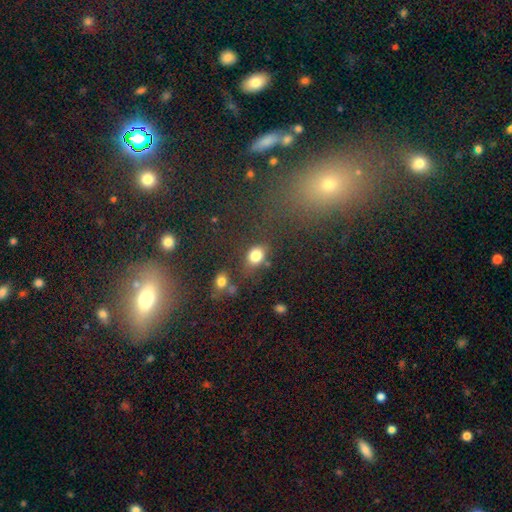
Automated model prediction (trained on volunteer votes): Overall: smooth (81%). How rounded: in between (59%; round 39%). Merging: none (67%).